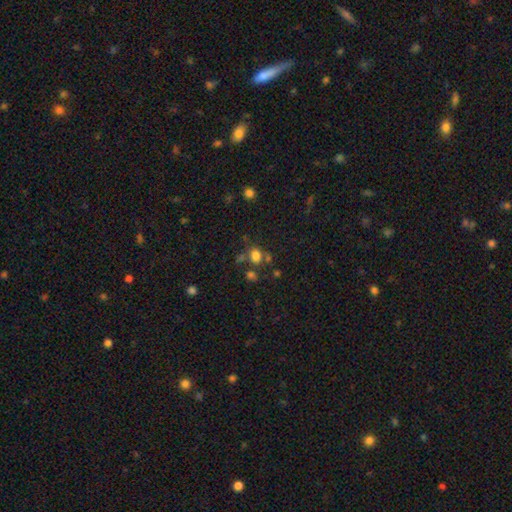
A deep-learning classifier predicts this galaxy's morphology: type=smooth (73%); roundness=round (54%); merging=none (59%).